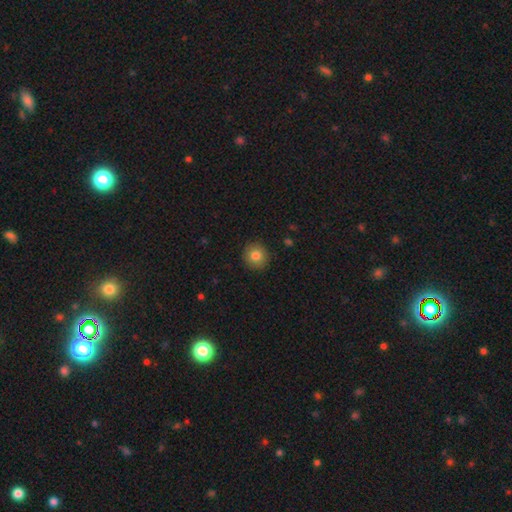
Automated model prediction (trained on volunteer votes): This is clearly a smooth galaxy (82%). How rounded: clearly round (93%). Merging: clearly none (91%).